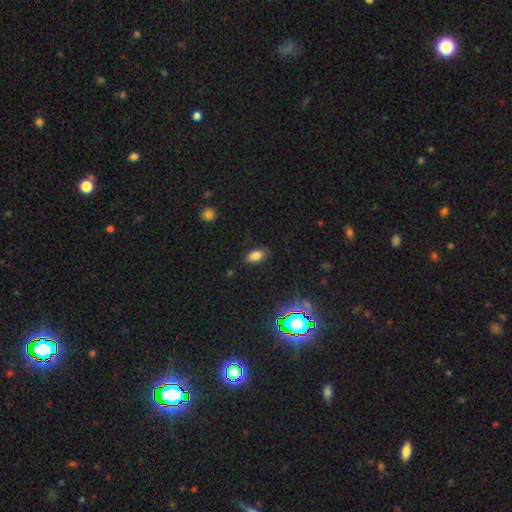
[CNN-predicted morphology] Q: Smooth or featured?
A: smooth (78%); runner-up: star or artifact (15%)
Q: How rounded?
A: in between (90%); runner-up: round (8%)
Q: Merging?
A: none (84%); runner-up: minor disturbance (12%)